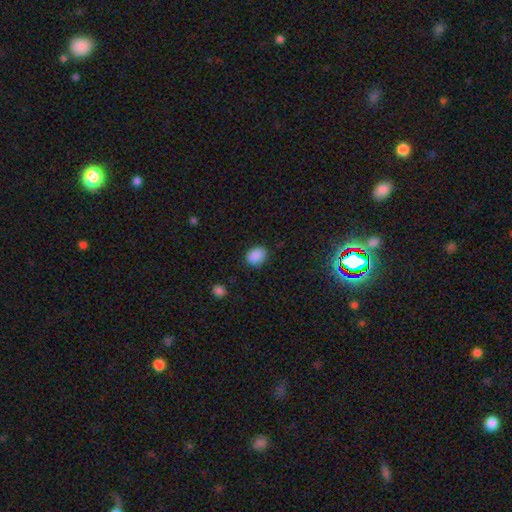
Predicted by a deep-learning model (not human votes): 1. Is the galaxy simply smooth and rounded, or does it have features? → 88% smooth, 9% star or artifact, 3% featured or disk.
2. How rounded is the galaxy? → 66% in between, 33% round, 1% cigar-shaped.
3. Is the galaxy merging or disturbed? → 81% none, 14% minor disturbance, 3% major disturbance, 1% merger.